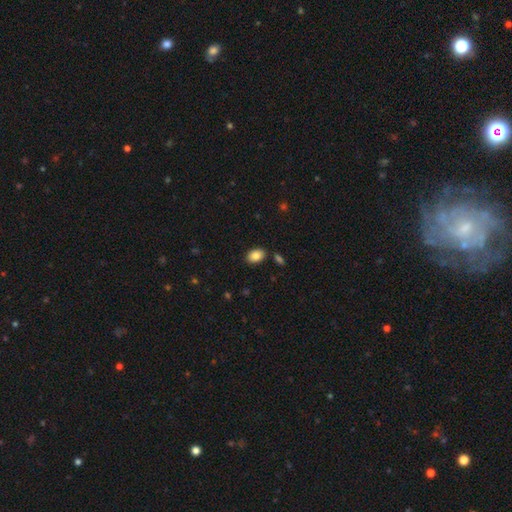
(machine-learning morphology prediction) Overall: smooth (86%). How rounded: in between (84%). Merging: none (85%).